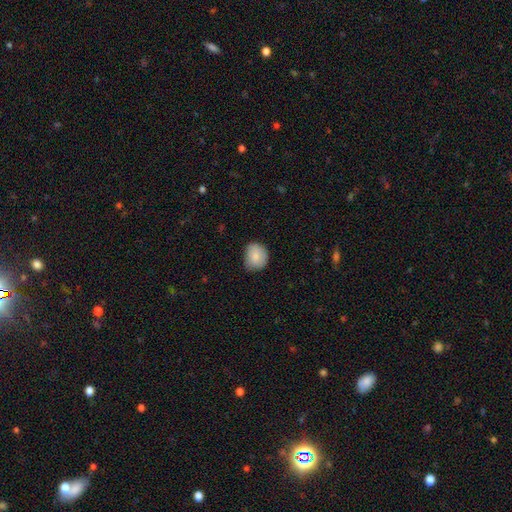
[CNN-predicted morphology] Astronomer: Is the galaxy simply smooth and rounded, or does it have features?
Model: smooth — 82%.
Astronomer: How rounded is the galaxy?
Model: round — 66%.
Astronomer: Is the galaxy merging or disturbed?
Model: none — 71%.